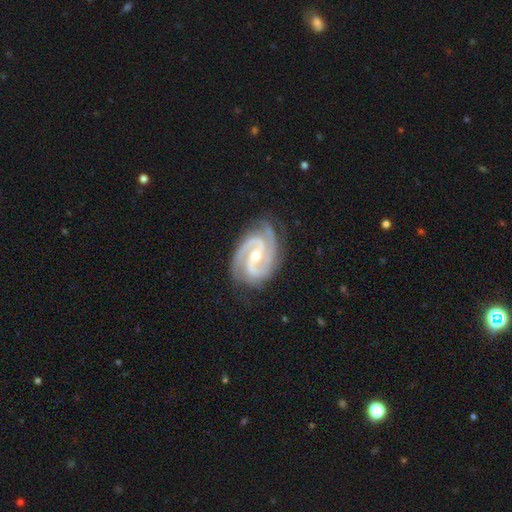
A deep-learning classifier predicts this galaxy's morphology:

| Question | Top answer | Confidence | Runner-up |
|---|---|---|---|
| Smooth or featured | featured or disk | 94% | star or artifact (4%) |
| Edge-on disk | no | 98% | yes (2%) |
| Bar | weak | 41% | strong (34%) |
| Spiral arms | yes | 99% | no (1%) |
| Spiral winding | tight | 49% | medium (46%) |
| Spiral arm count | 2 | 74% | 3 (17%) |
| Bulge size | small | 49% | moderate (48%) |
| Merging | none | 80% | minor disturbance (15%) |